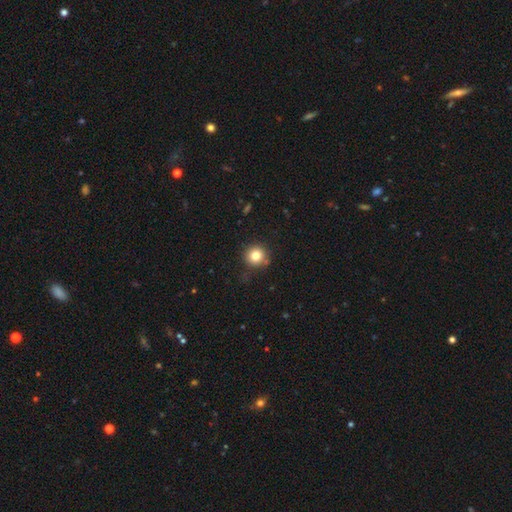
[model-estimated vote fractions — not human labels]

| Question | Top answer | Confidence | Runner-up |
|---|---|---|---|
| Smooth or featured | smooth | 81% | star or artifact (12%) |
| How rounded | round | 94% | in between (5%) |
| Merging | none | 82% | minor disturbance (11%) |